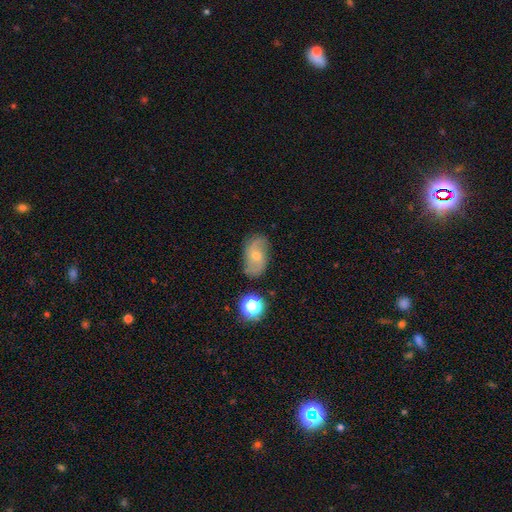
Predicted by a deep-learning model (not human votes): Smooth or featured? featured or disk (56%)
Edge-on disk? no (95%)
Bar? no (69%)
Spiral arms? yes (82%)
Bulge size? small (59%)
Merging? none (76%)